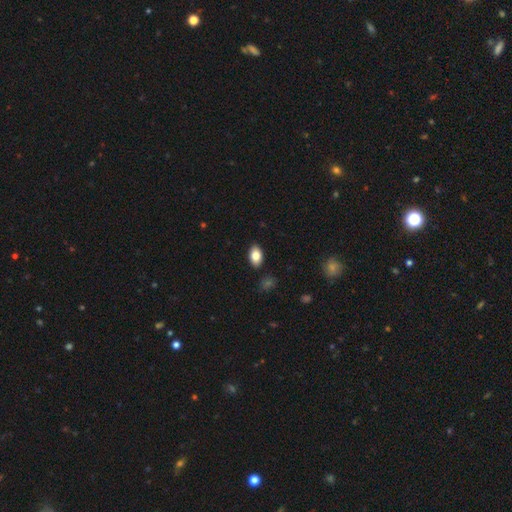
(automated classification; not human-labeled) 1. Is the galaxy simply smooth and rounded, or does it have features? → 83% smooth, 9% featured or disk, 8% star or artifact.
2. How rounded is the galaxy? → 91% in between, 8% round, 2% cigar-shaped.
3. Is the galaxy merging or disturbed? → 88% none, 8% minor disturbance, 2% major disturbance, 2% merger.